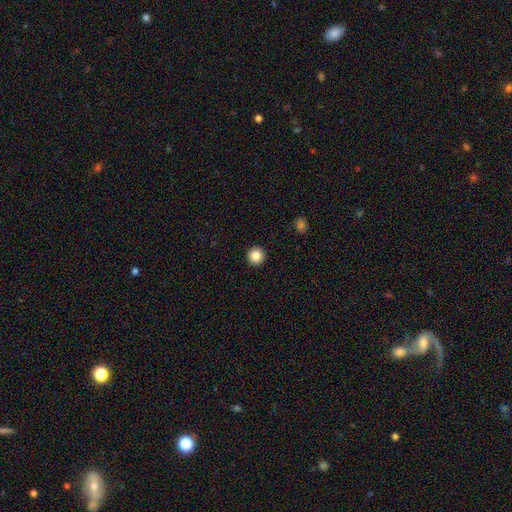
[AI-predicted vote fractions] smooth 86%, star or artifact 10%, featured or disk 5%. Down the decision tree: how rounded — round (96%); merging — none (94%).